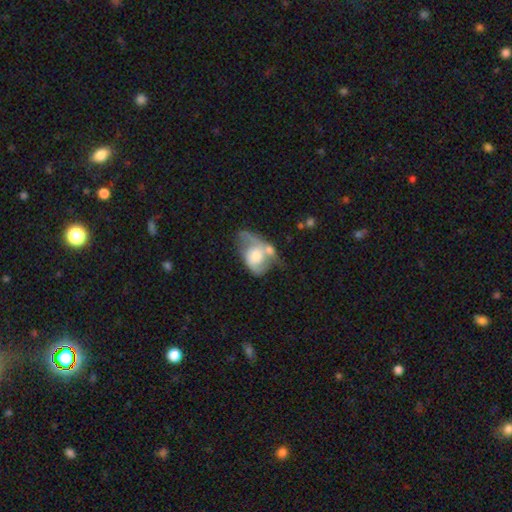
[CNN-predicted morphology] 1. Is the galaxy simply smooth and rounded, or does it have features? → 62% featured or disk, 32% smooth, 6% star or artifact.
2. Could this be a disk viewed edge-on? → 95% no, 5% yes.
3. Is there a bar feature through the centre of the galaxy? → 70% no, 25% weak, 5% strong.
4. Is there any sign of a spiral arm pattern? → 74% yes, 26% no.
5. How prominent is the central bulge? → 55% moderate, 25% small, 14% large, 3% none, 2% dominant.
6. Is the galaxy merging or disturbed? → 29% merger, 26% none, 23% major disturbance, 22% minor disturbance.